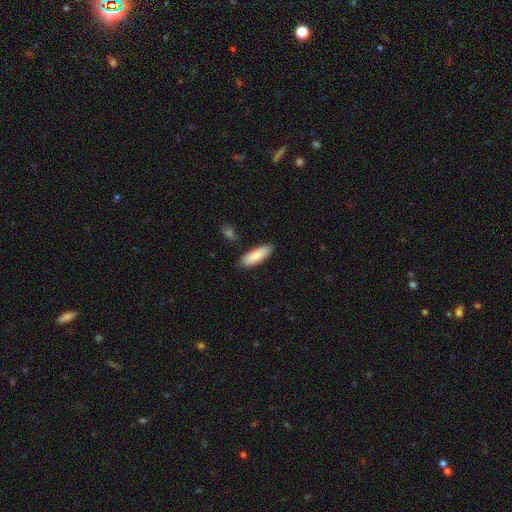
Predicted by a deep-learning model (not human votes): Smooth or featured: smooth — 86% (featured or disk — 9%)
How rounded: in between — 58% (cigar-shaped — 40%)
Merging: none — 82% (minor disturbance — 13%)